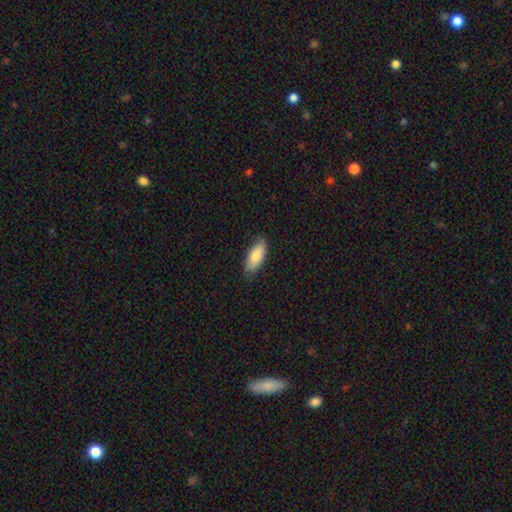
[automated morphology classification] smooth-or-featured: smooth: 82% | featured or disk: 12% | star or artifact: 6%
  how-rounded: in between: 80% | cigar-shaped: 18% | round: 2%
  merging: none: 84% | minor disturbance: 13% | major disturbance: 2% | merger: 1%